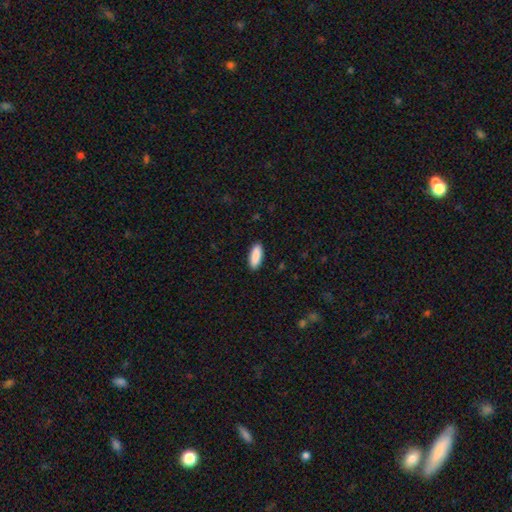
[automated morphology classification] smooth 90%, star or artifact 6%, featured or disk 4%. Down the decision tree: how rounded — in between (73%); merging — none (91%).